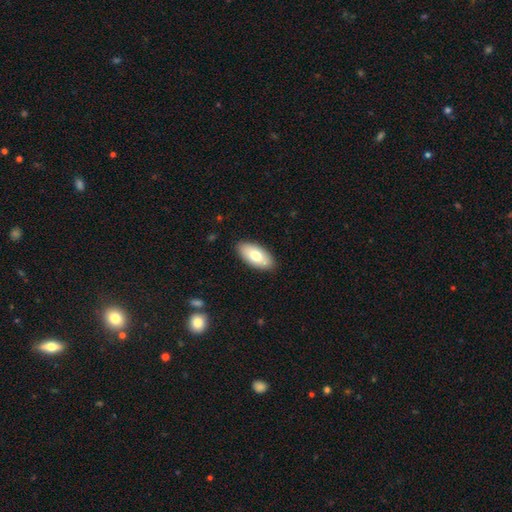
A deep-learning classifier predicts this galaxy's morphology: Smooth or featured? Predicted: smooth (p=0.74). How rounded? Predicted: in between (p=0.92). Merging? Predicted: none (p=0.89).